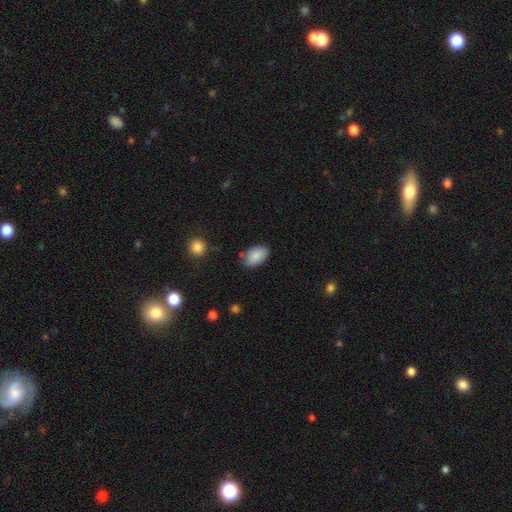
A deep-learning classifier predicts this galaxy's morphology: type=smooth (86%); roundness=in between (92%); merging=none (76%).